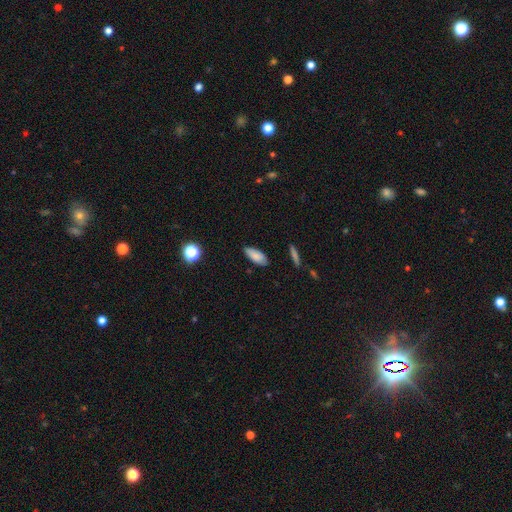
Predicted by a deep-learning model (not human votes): Smooth or featured? smooth (84%)
How rounded? in between (79%)
Merging? none (83%)